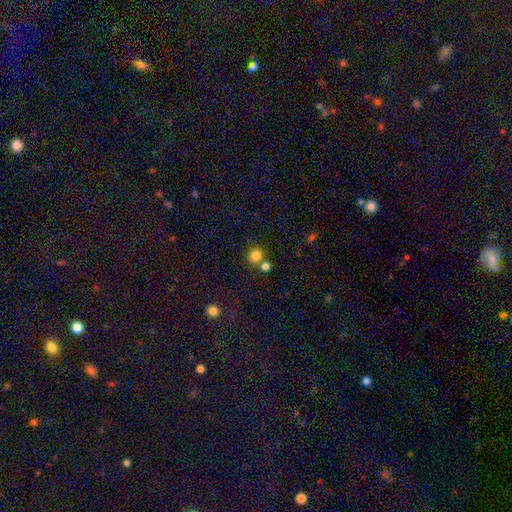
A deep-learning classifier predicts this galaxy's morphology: type=smooth (82%); roundness=round (90%); merging=none (69%).